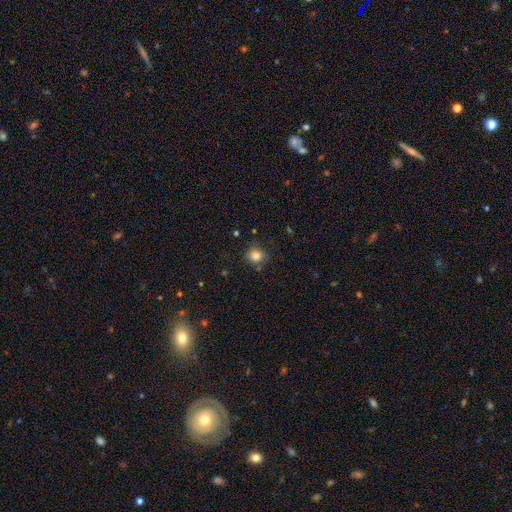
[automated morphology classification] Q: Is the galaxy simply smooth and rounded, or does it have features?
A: smooth — 83%.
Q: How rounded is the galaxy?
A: round — 74%.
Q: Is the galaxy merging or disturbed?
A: none — 80%.